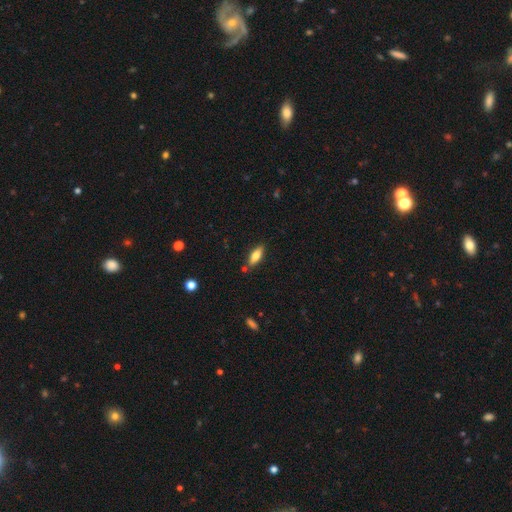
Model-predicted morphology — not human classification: smooth 72%, featured or disk 22%, star or artifact 7%. Down the decision tree: how rounded — in between (63%); merging — none (81%).